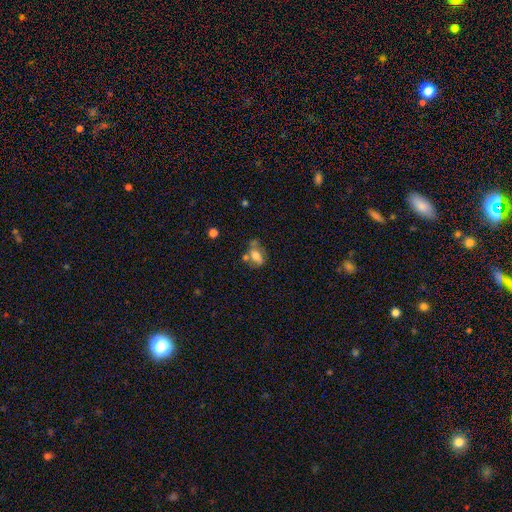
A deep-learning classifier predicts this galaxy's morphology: Smooth or featured? smooth (59%)
How rounded? in between (81%)
Merging? none (40%)